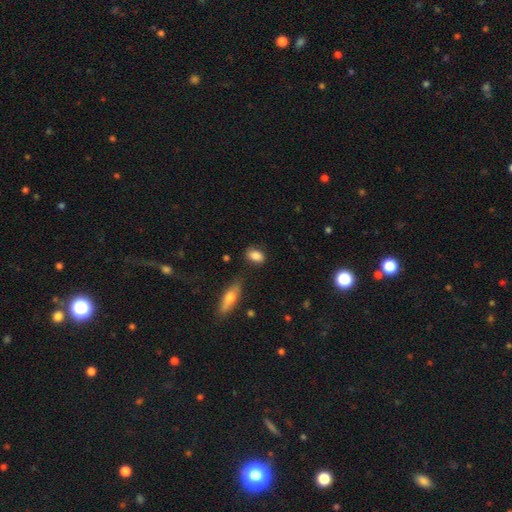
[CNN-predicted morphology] Smooth or featured?
  - smooth: 85% *
  - star or artifact: 7%
  - featured or disk: 7%
How rounded?
  - in between: 82% *
  - round: 14%
  - cigar-shaped: 4%
Merging?
  - none: 78% *
  - minor disturbance: 16%
  - major disturbance: 3%
  - merger: 3%